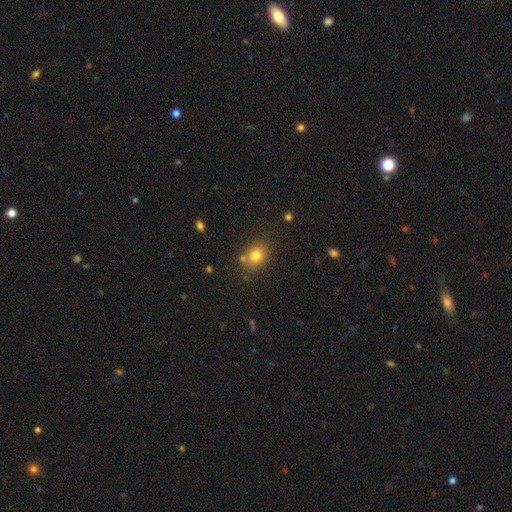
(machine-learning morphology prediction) smooth 78%, star or artifact 14%, featured or disk 9%. Down the decision tree: how rounded — round (61%); merging — none (76%).